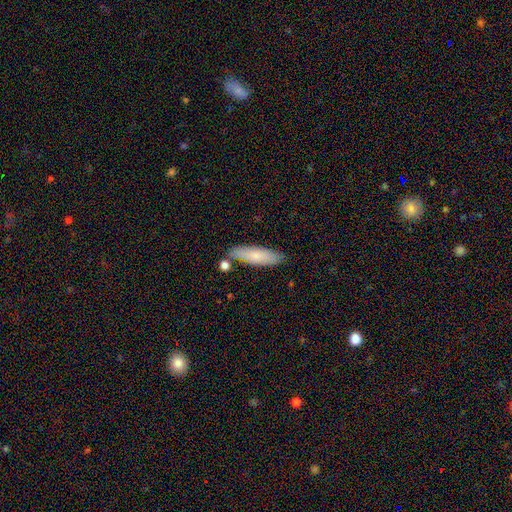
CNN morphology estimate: Smooth or featured? Predicted: smooth (p=0.76). How rounded? Predicted: cigar-shaped (p=0.58). Merging? Predicted: none (p=0.78).